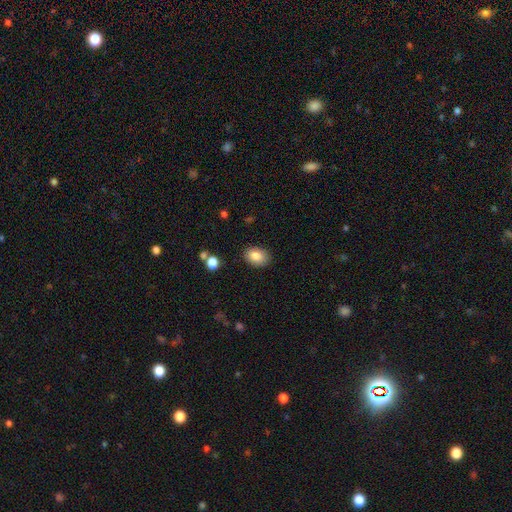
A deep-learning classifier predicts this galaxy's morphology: The model was most divided on "how rounded": in between: 82%, round: 17%, cigar-shaped: 1%. More confident: merging — none (85%); smooth or featured — smooth (84%).